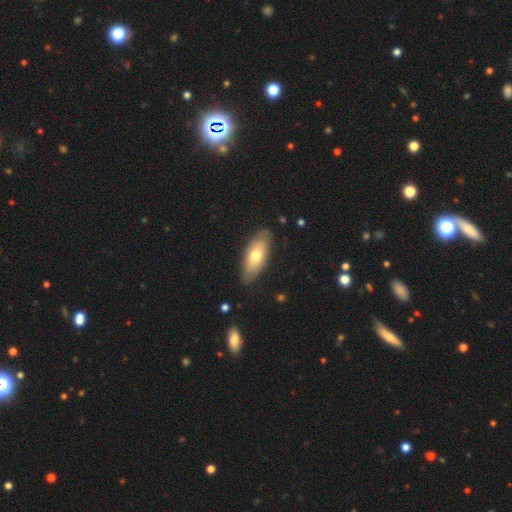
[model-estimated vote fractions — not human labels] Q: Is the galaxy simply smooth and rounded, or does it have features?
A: smooth — 64%.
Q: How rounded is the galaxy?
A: in between — 81%.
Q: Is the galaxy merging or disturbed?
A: none — 82%.